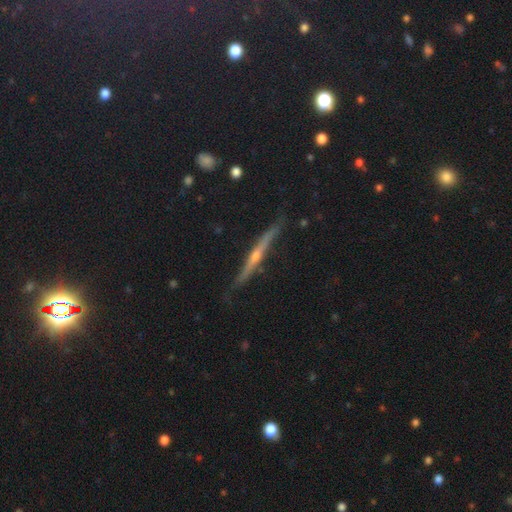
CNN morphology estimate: featured or disk 69%, star or artifact 17%, smooth 14%. Down the decision tree: edge-on disk — yes (94%); edge-on bulge — rounded (83%); merging — none (87%).